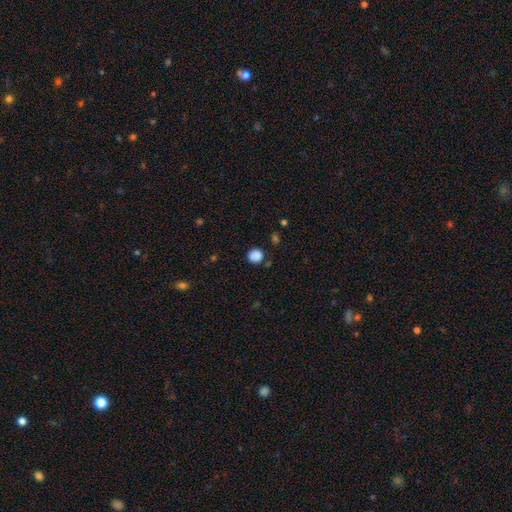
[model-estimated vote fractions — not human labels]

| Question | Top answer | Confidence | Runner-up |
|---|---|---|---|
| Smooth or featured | smooth | 85% | star or artifact (11%) |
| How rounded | round | 86% | in between (13%) |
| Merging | none | 80% | minor disturbance (13%) |